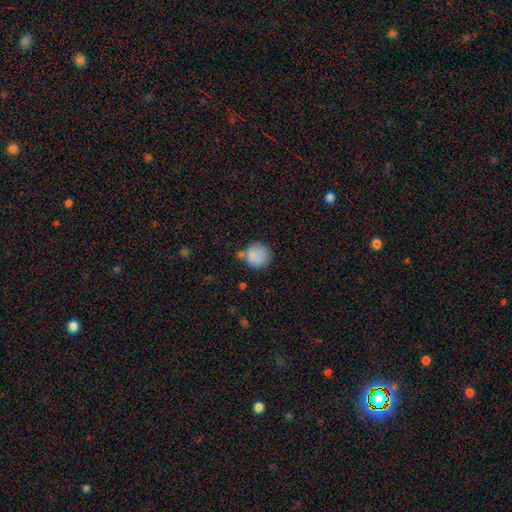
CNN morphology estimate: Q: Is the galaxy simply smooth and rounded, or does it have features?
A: smooth — 86%.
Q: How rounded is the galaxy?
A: round — 90%.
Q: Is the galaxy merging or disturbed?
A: none — 66%.